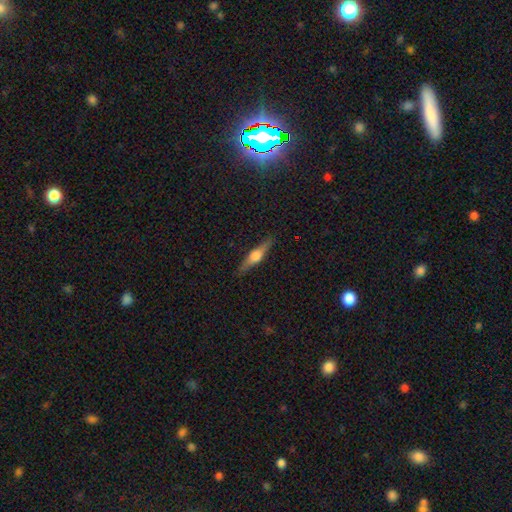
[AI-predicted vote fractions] Overall: featured or disk (68%). Edge-on disk: yes (97%). Edge-on bulge: rounded (92%). Merging: none (89%).